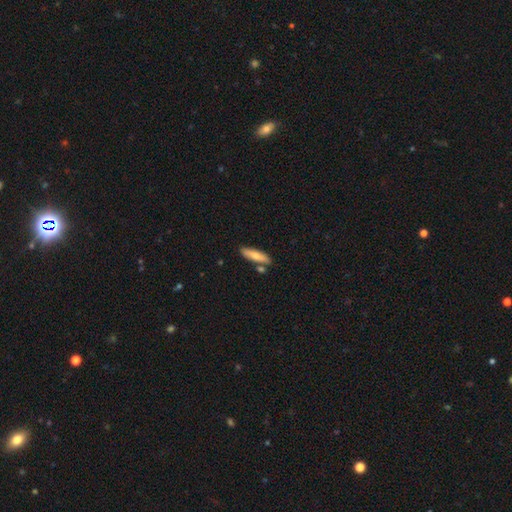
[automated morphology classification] The model was most divided on "how rounded": cigar-shaped: 68%, in between: 30%, round: 2%. More confident: merging — none (77%); smooth or featured — smooth (71%).